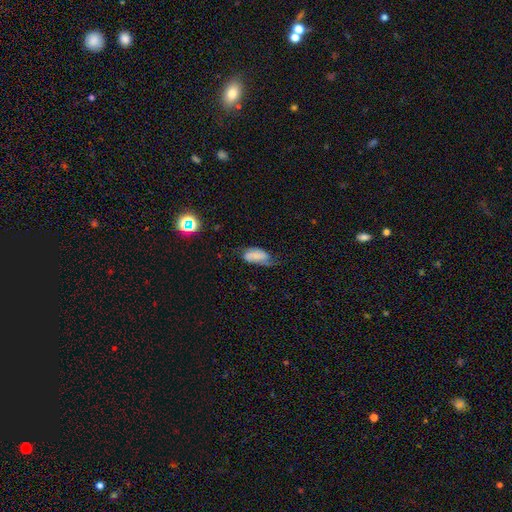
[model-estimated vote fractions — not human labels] Smooth or featured? smooth (66%)
How rounded? in between (92%)
Merging? minor disturbance (39%)